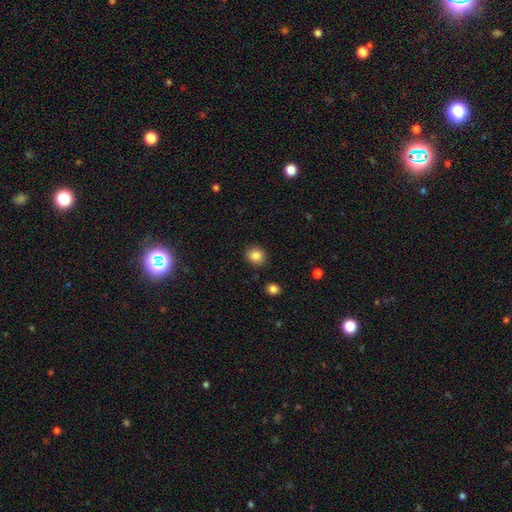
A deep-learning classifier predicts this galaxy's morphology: This appears to be a smooth galaxy with no disk features (85%) that is round (71%). Merging: none (88%).